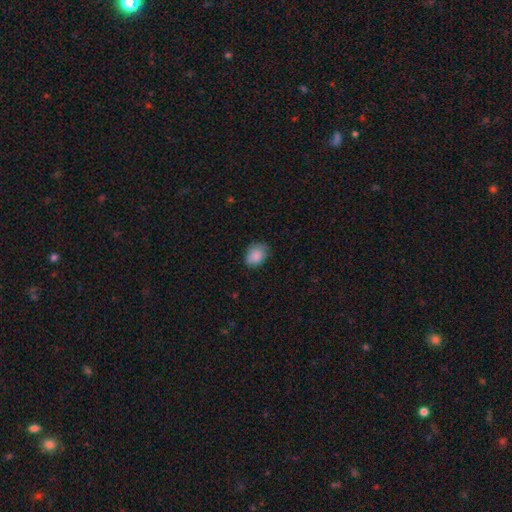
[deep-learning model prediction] Q: Smooth or featured?
A: smooth (87%); runner-up: star or artifact (8%)
Q: How rounded?
A: in between (68%); runner-up: round (31%)
Q: Merging?
A: none (75%); runner-up: minor disturbance (21%)